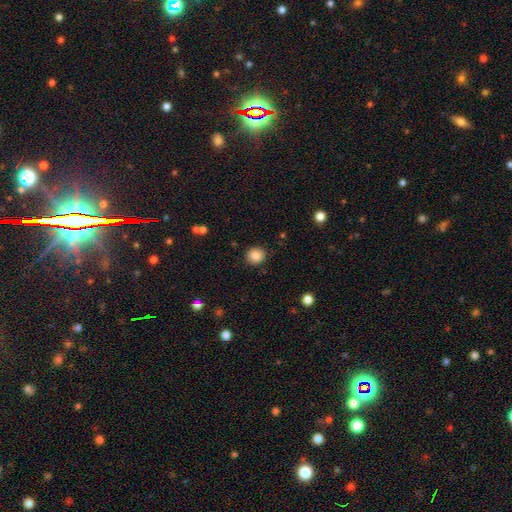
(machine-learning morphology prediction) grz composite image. It shows a smooth galaxy with no disk features (86%) that is round (84%). Merging: none (89%).